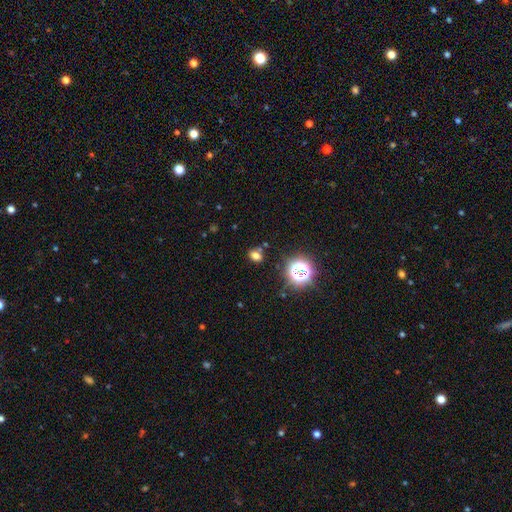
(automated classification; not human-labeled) A smooth galaxy with no disk features (68%) that is in between round and cigar-shaped (62%). Merging: none (77%).